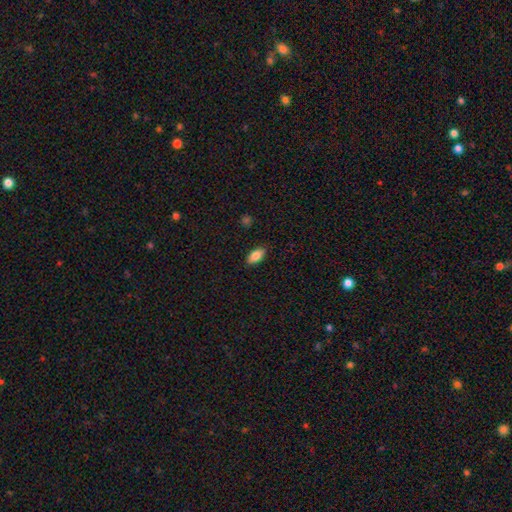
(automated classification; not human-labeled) Smooth or featured?
  - smooth: 84% *
  - featured or disk: 9%
  - star or artifact: 7%
How rounded?
  - in between: 89% *
  - cigar-shaped: 8%
  - round: 3%
Merging?
  - none: 88% *
  - minor disturbance: 9%
  - major disturbance: 2%
  - merger: 1%